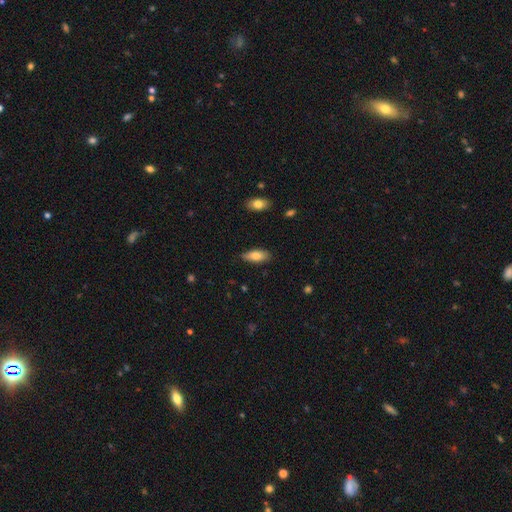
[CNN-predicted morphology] A smooth galaxy with no disk features (79%) that is in between round and cigar-shaped (78%). Merging: none (85%).